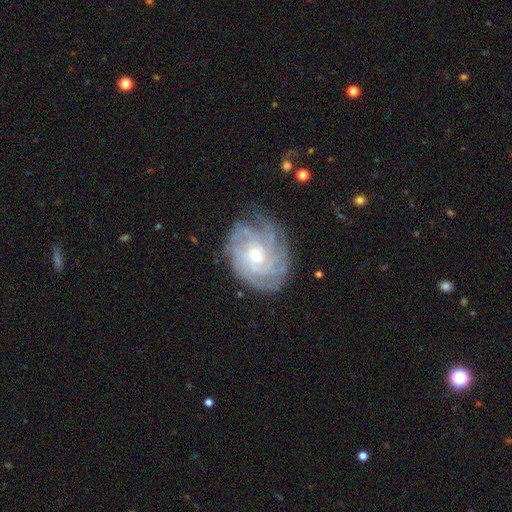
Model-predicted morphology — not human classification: smooth_or_featured: featured or disk (p=0.85) [alt: smooth p=0.08]
disk_edge_on: no (p=0.97) [alt: yes p=0.03]
bar: no (p=0.71) [alt: weak p=0.25]
has_spiral_arms: yes (p=0.96) [alt: no p=0.04]
spiral_winding: tight (p=0.73) [alt: medium p=0.22]
spiral_arm_count: can't tell (p=0.33) [alt: 4 p=0.24]
bulge_size: moderate (p=0.52) [alt: small p=0.42]
merging: none (p=0.75) [alt: minor disturbance p=0.17]